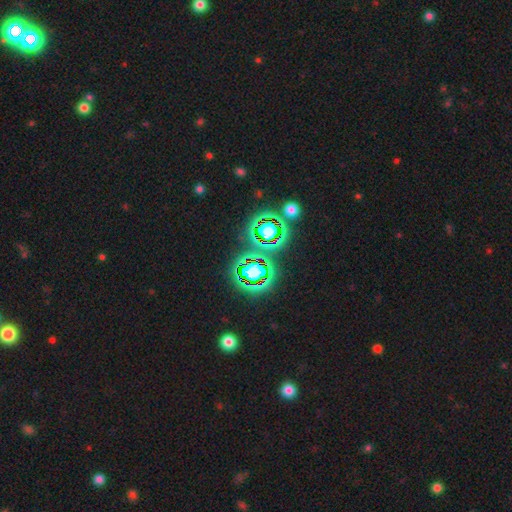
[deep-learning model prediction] A star or artifact, not a galaxy (77%).

Vote fractions:
- Smooth or featured? star or artifact: 77% / smooth: 15% / featured or disk: 8%